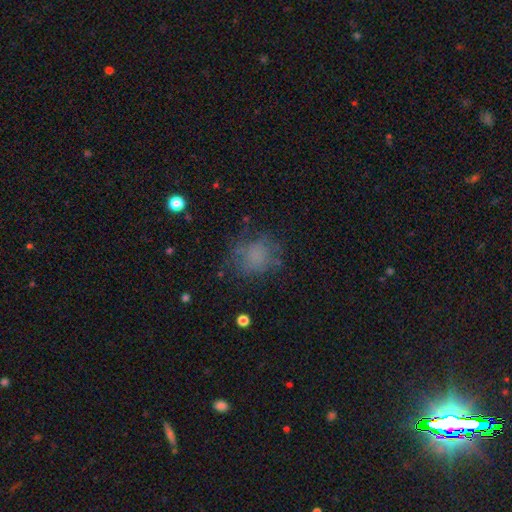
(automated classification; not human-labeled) smooth-or-featured: smooth: 65% | featured or disk: 19% | star or artifact: 16%
  how-rounded: round: 67% | in between: 32% | cigar-shaped: 1%
  merging: none: 64% | minor disturbance: 20% | major disturbance: 14% | merger: 2%